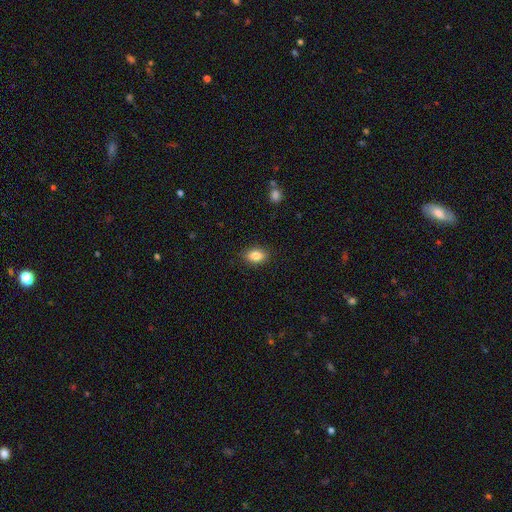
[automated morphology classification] A smooth galaxy with no disk features (84%) that is in between round and cigar-shaped (84%). Merging: none (88%).